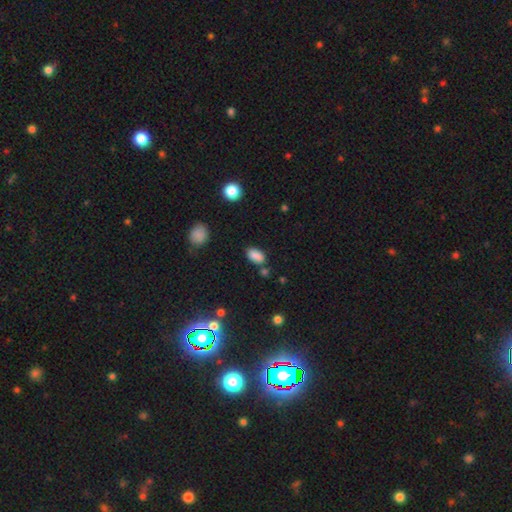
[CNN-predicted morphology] Q: Smooth or featured?
A: smooth (84%); runner-up: star or artifact (10%)
Q: How rounded?
A: in between (91%); runner-up: round (7%)
Q: Merging?
A: none (71%); runner-up: minor disturbance (15%)